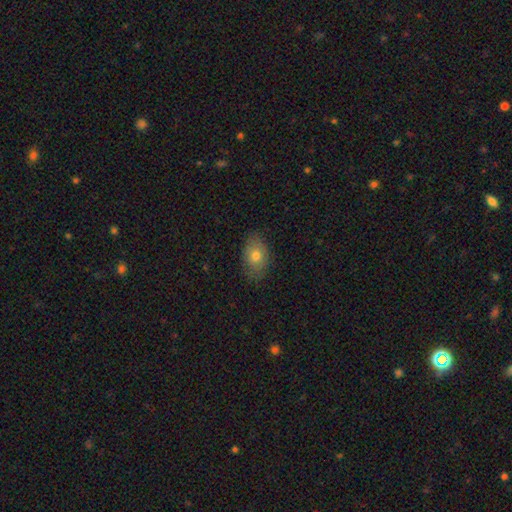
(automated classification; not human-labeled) Smooth or featured: smooth — 76% (featured or disk — 15%)
How rounded: in between — 82% (round — 16%)
Merging: none — 82% (minor disturbance — 14%)